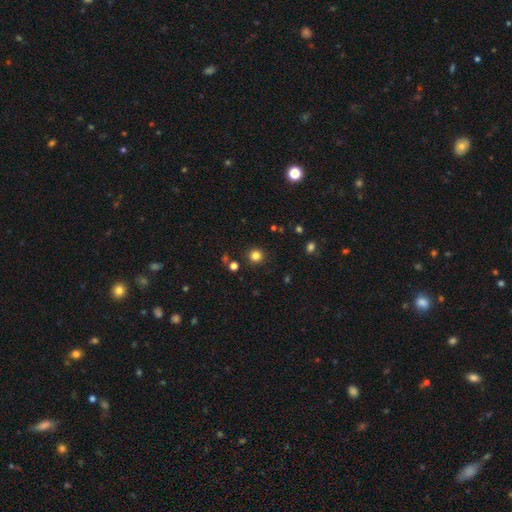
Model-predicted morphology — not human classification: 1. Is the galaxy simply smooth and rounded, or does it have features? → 81% smooth, 14% star or artifact, 5% featured or disk.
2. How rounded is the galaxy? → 94% round, 5% in between, 1% cigar-shaped.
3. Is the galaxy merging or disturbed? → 90% none, 6% minor disturbance, 2% merger, 2% major disturbance.